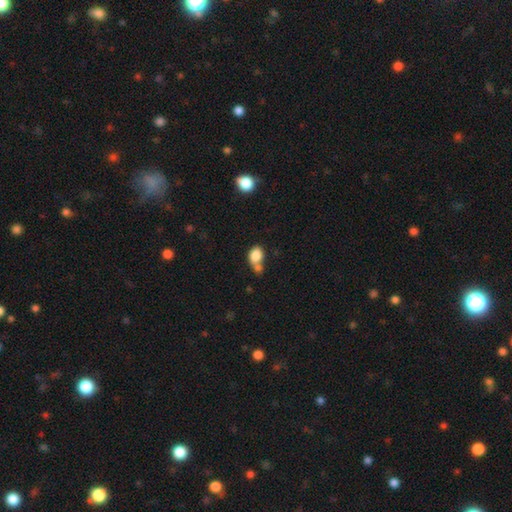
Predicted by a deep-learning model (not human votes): A smooth galaxy with no disk features (82%) that is in between round and cigar-shaped (64%). Merging: merger (42%).